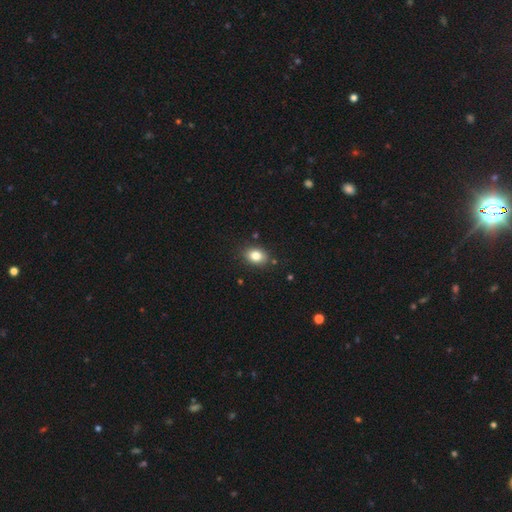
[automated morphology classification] type=smooth (82%); roundness=in between (69%); merging=none (84%).